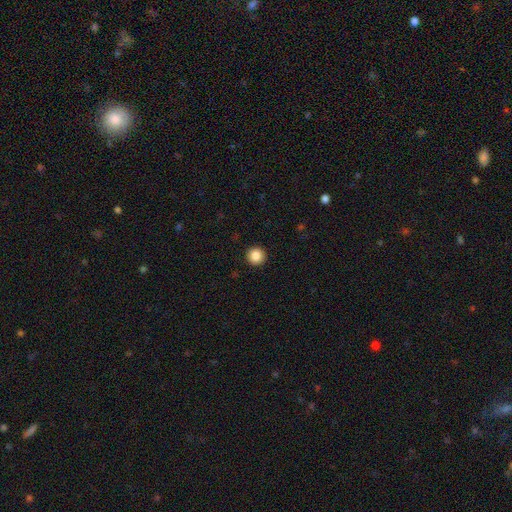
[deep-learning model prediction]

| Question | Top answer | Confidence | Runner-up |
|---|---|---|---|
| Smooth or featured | smooth | 87% | star or artifact (10%) |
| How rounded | round | 96% | in between (3%) |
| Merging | none | 94% | minor disturbance (4%) |